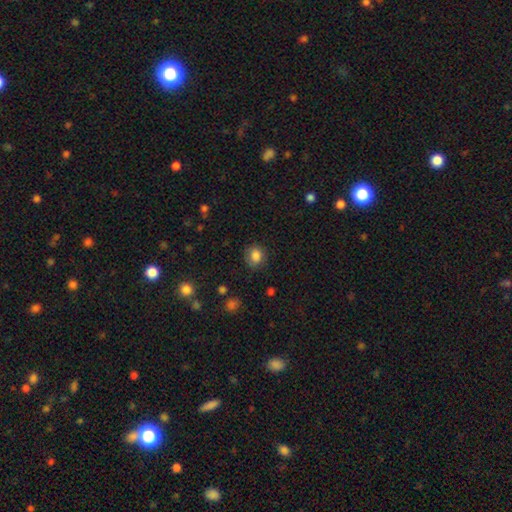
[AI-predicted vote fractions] A smooth galaxy with no disk features (84%) that is round (66%).

Vote fractions:
- Smooth or featured? smooth: 84% / star or artifact: 10% / featured or disk: 6%
- How rounded? round: 66% / in between: 33% / cigar-shaped: 1%
- Merging? none: 79% / minor disturbance: 15% / major disturbance: 4% / merger: 1%